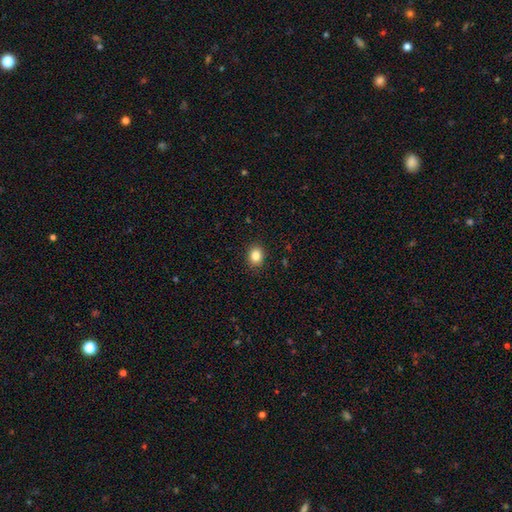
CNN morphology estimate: This is clearly a smooth galaxy (85%). How rounded: likely round (63%). Merging: clearly none (90%).